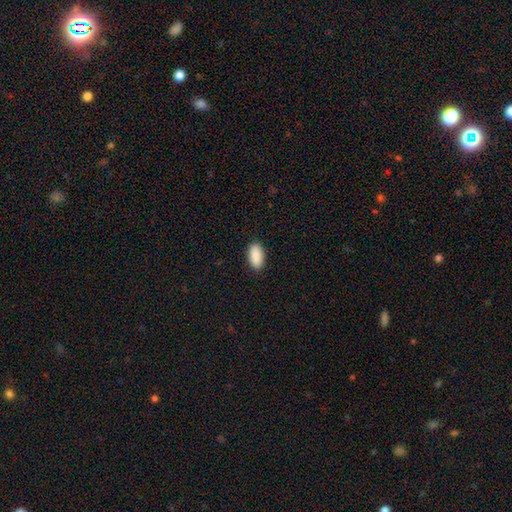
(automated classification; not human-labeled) Q: Smooth or featured?
A: smooth (91%); runner-up: star or artifact (6%)
Q: How rounded?
A: in between (93%); runner-up: cigar-shaped (4%)
Q: Merging?
A: none (90%); runner-up: minor disturbance (8%)